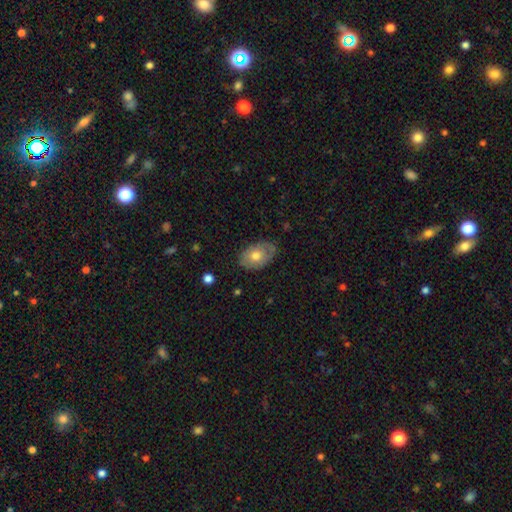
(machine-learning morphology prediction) The model was most divided on "smooth or featured": smooth: 60%, featured or disk: 34%, star or artifact: 7%. More confident: how rounded — in between (85%); merging — none (75%).